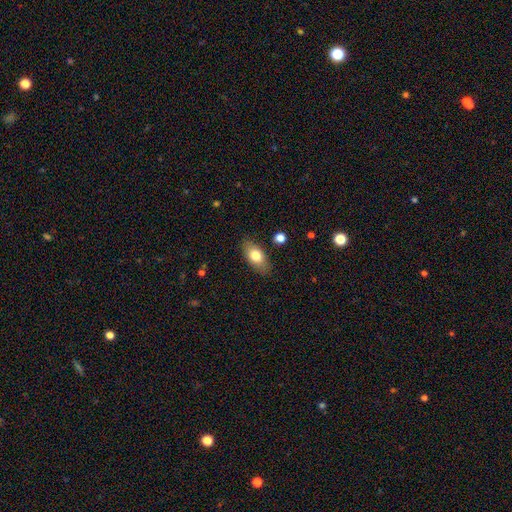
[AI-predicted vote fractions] A smooth galaxy with no disk features (77%) that is in between round and cigar-shaped (88%).

Vote fractions:
- Smooth or featured? smooth: 77% / featured or disk: 16% / star or artifact: 7%
- How rounded? in between: 88% / round: 6% / cigar-shaped: 6%
- Merging? none: 83% / minor disturbance: 12% / major disturbance: 3% / merger: 1%